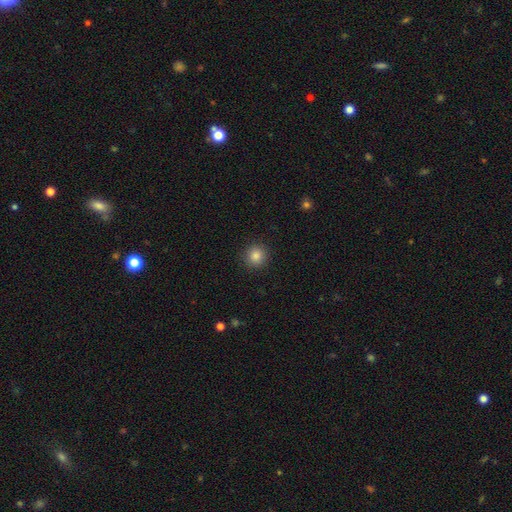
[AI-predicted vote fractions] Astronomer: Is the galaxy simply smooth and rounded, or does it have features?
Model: smooth — 85%.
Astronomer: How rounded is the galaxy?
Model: round — 94%.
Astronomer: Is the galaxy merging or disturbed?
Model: none — 92%.